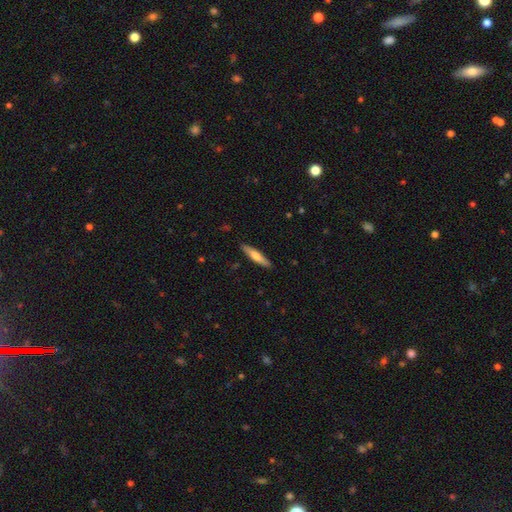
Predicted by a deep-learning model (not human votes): Smooth or featured: smooth — 61% (featured or disk — 34%)
How rounded: cigar-shaped — 86% (in between — 12%)
Merging: none — 89% (minor disturbance — 8%)